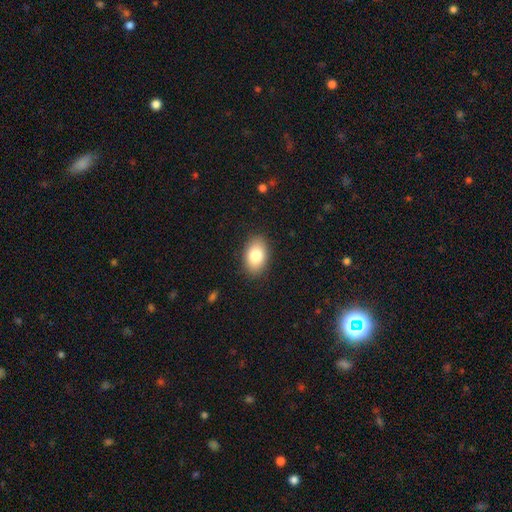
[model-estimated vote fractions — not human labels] Smooth or featured? Predicted: smooth (p=0.81). How rounded? Predicted: in between (p=0.89). Merging? Predicted: none (p=0.88).